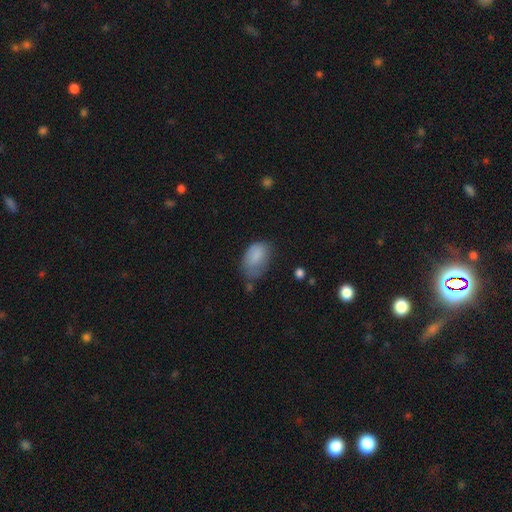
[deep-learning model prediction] A smooth galaxy with no disk features (83%) that is in between round and cigar-shaped (90%). Merging: none (39%, tied with minor disturbance).